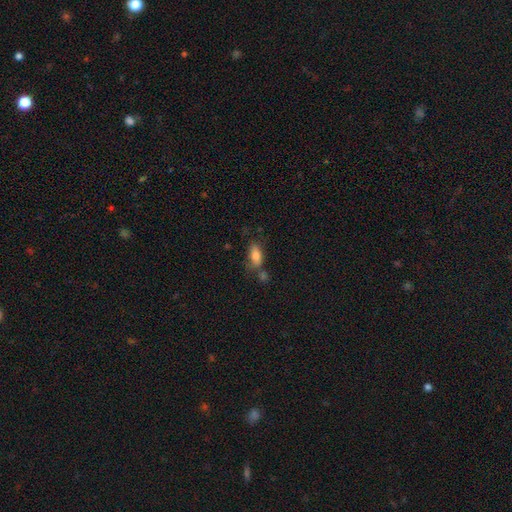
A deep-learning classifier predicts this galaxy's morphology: The model was most divided on "merging": none: 53%, minor disturbance: 20%, merger: 19%, major disturbance: 8%. More confident: how rounded — in between (84%); smooth or featured — smooth (79%).